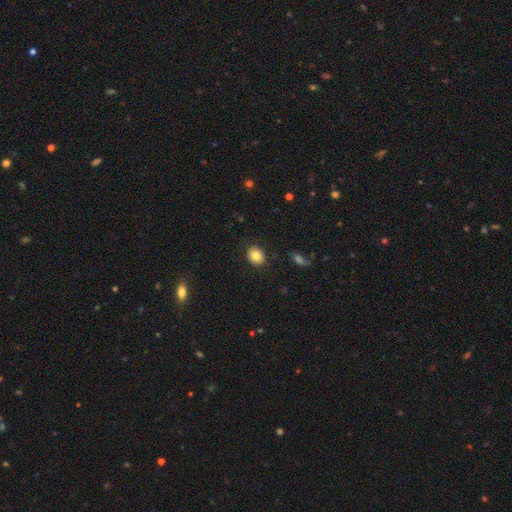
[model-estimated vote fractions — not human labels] Morphology: type=smooth (82%); roundness=round (65%); merging=none (88%).